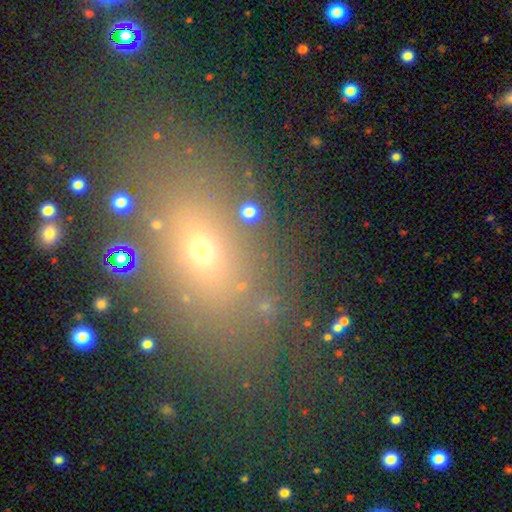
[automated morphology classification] A smooth galaxy with no disk features (58%) that is in between round and cigar-shaped (75%).

Vote fractions:
- Smooth or featured? smooth: 58% / star or artifact: 24% / featured or disk: 18%
- How rounded? in between: 75% / round: 20% / cigar-shaped: 5%
- Merging? none: 75% / minor disturbance: 13% / major disturbance: 8% / merger: 4%